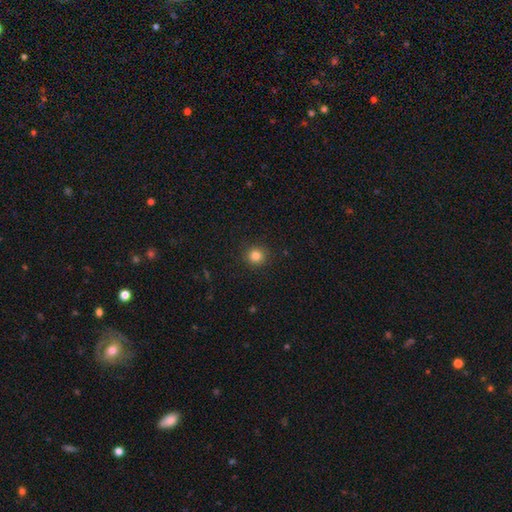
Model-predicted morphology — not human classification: type=smooth (82%); roundness=round (92%); merging=none (91%).